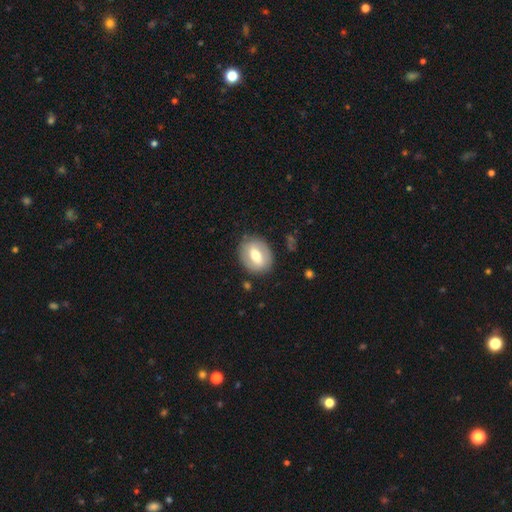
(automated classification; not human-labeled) Overall: featured or disk (47%; smooth 46%). Merging: none (82%).